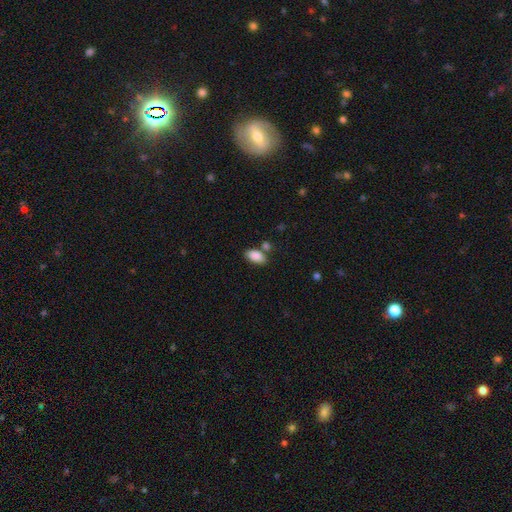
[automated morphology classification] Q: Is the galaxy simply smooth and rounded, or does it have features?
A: smooth — 88%.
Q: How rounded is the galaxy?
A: in between — 93%.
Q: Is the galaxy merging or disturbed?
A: none — 65%.